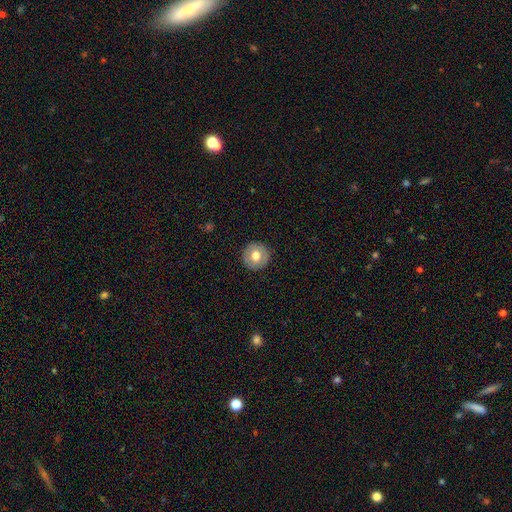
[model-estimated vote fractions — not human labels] smooth_or_featured: smooth (p=0.70) [alt: featured or disk p=0.23]
how_rounded: round (p=0.95) [alt: in between p=0.04]
merging: none (p=0.91) [alt: minor disturbance p=0.06]